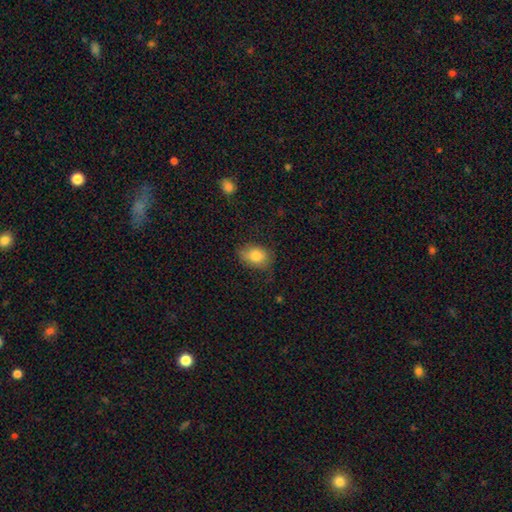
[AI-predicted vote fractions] smooth_or_featured: smooth (p=0.81) [alt: featured or disk p=0.11]
how_rounded: in between (p=0.76) [alt: round p=0.23]
merging: none (p=0.65) [alt: minor disturbance p=0.26]